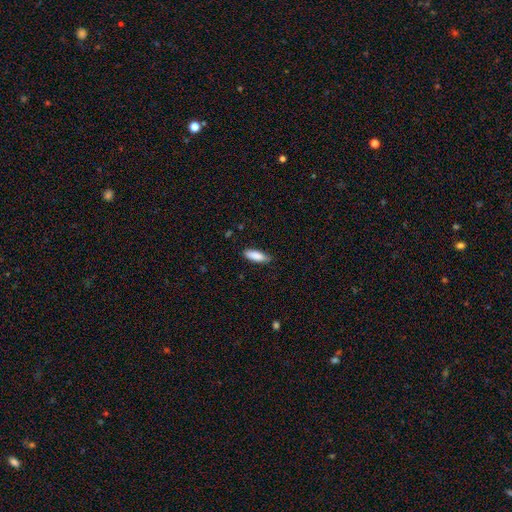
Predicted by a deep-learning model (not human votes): smooth-or-featured: smooth: 87% | featured or disk: 7% | star or artifact: 6%
  how-rounded: in between: 63% | cigar-shaped: 35% | round: 2%
  merging: none: 80% | minor disturbance: 16% | major disturbance: 3% | merger: 1%